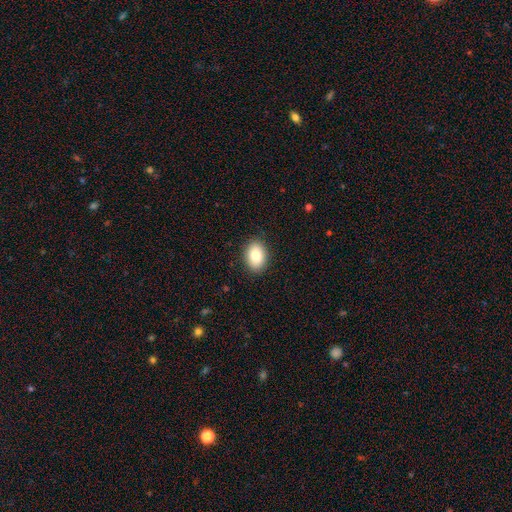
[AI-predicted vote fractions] Morphology: type=smooth (82%); roundness=in between (80%); merging=none (88%).